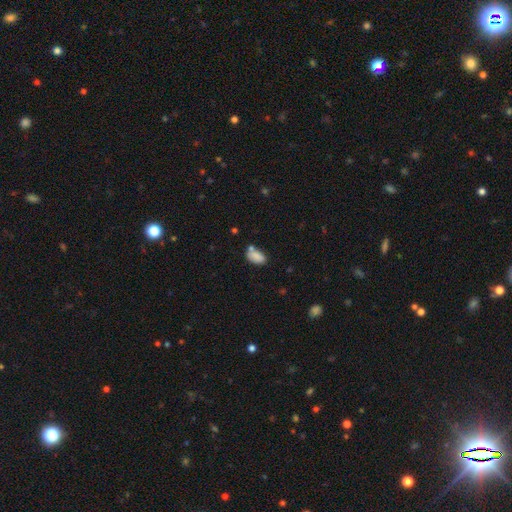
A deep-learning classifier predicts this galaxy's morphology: smooth 84%, star or artifact 9%, featured or disk 7%. Down the decision tree: how rounded — in between (91%); merging — none (56%).